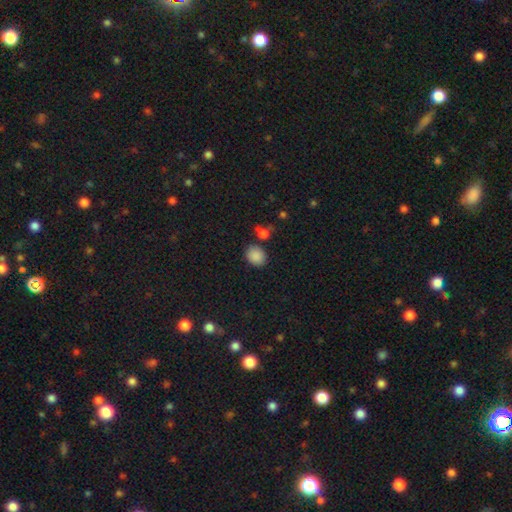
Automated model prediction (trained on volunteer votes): This is clearly a smooth galaxy (86%). How rounded: possibly round (52%). Merging: likely none (78%).